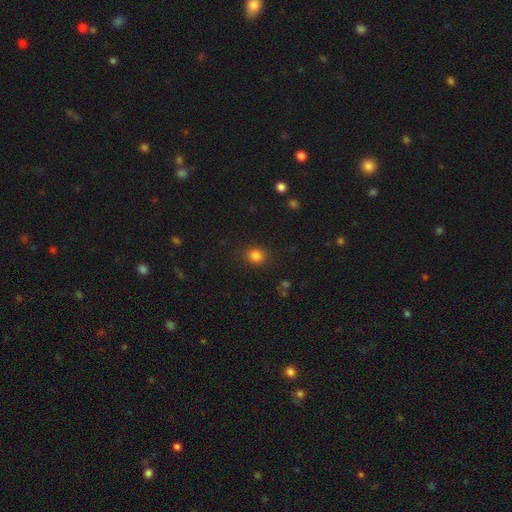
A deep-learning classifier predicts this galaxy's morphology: The model was most divided on "how rounded": round: 76%, in between: 23%, cigar-shaped: 1%. More confident: merging — none (87%); smooth or featured — smooth (83%).